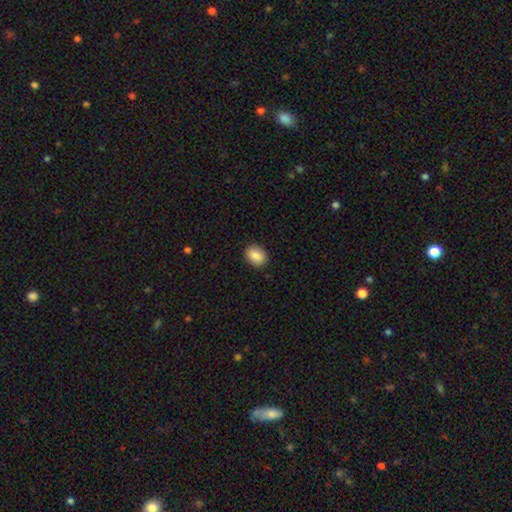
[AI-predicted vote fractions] A smooth galaxy with no disk features (86%) that is in between round and cigar-shaped (60%). Merging: none (89%).